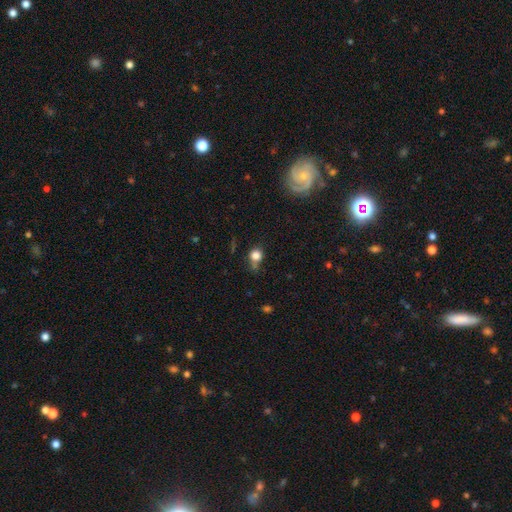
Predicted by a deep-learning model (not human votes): smooth_or_featured: smooth (p=0.77) [alt: star or artifact p=0.14]
how_rounded: round (p=0.80) [alt: in between p=0.18]
merging: none (p=0.54) [alt: minor disturbance p=0.23]